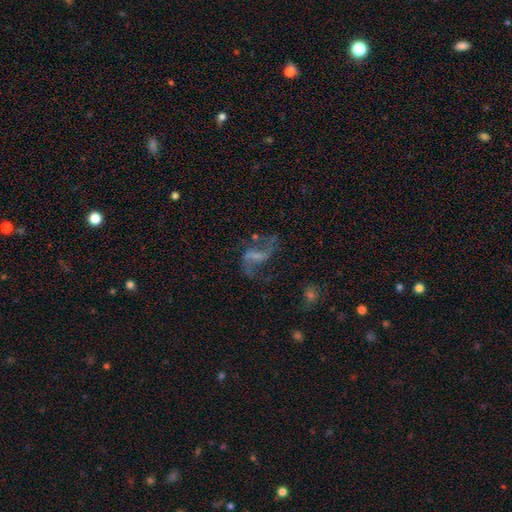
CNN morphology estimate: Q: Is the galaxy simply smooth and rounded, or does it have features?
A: featured or disk — 80%.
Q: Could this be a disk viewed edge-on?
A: no — 97%.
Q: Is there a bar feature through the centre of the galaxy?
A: weak — 45%.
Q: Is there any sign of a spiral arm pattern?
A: yes — 89%.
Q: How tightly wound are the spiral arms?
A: loose — 80%.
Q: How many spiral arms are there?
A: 2 — 89%.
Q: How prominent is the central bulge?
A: none — 50%.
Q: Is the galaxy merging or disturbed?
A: none — 54%.